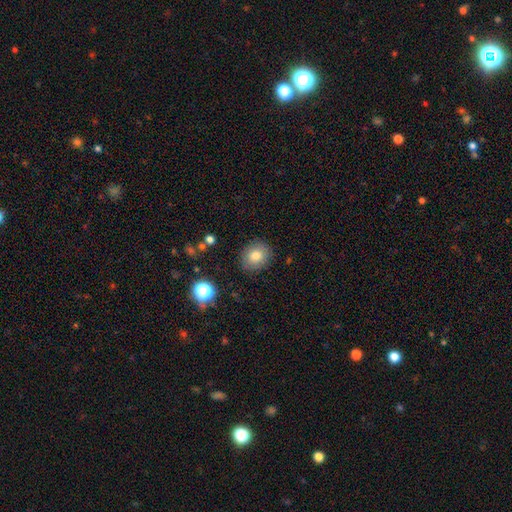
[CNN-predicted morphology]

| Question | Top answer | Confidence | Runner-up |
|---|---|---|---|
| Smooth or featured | smooth | 78% | star or artifact (11%) |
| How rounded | round | 71% | in between (28%) |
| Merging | none | 86% | minor disturbance (9%) |